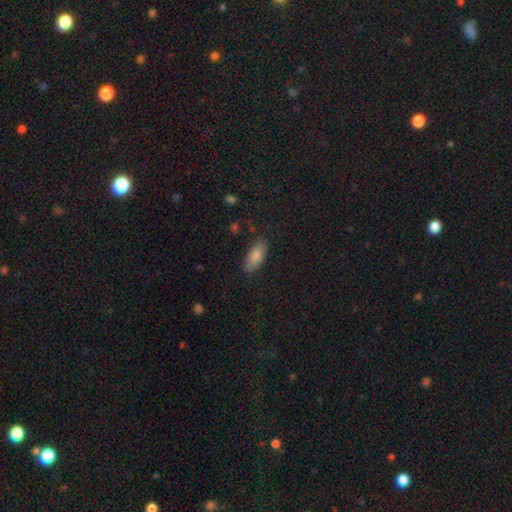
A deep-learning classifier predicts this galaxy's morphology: Overall: smooth (85%). How rounded: in between (83%). Merging: none (82%).